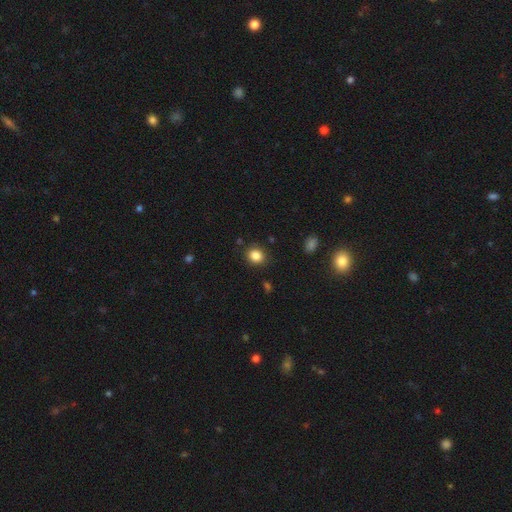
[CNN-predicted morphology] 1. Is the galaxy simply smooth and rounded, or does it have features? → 85% smooth, 11% star or artifact, 4% featured or disk.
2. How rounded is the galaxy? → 72% round, 27% in between, 1% cigar-shaped.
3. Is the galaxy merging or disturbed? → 86% none, 9% minor disturbance, 3% major disturbance, 2% merger.